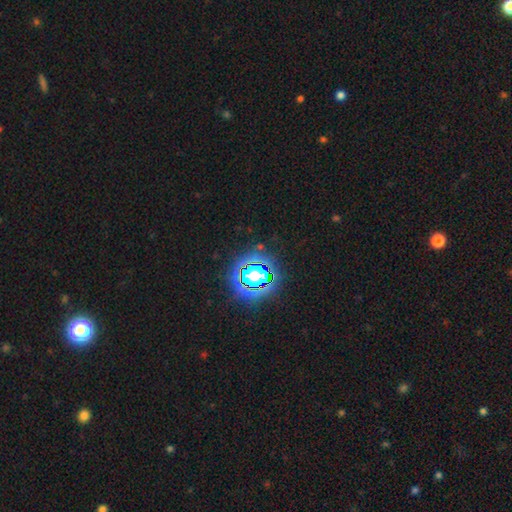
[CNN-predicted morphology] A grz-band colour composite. It shows a star or artifact, not a galaxy (79%).